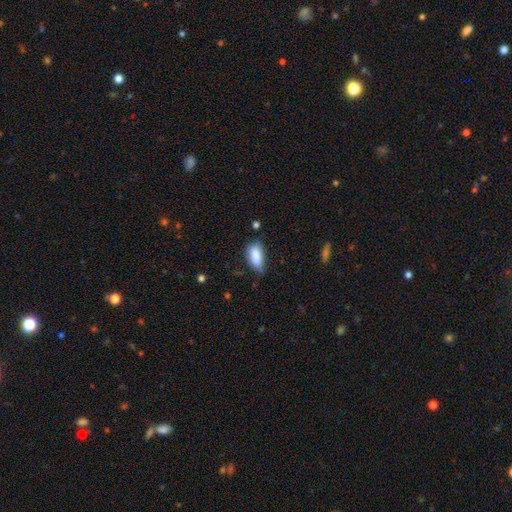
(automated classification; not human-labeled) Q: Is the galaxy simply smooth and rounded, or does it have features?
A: smooth — 84%.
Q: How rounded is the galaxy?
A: in between — 87%.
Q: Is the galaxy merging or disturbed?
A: none — 54%.